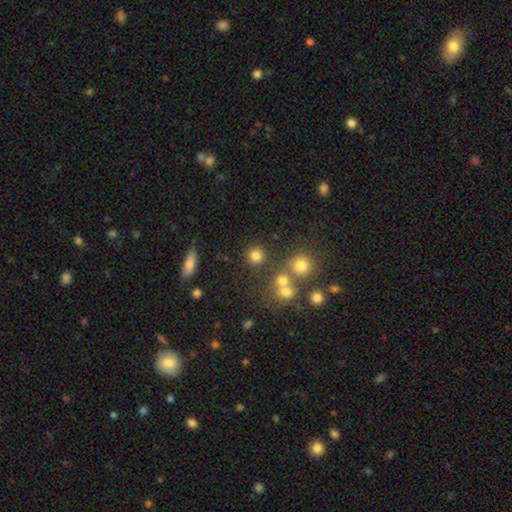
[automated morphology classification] smooth_or_featured: smooth (p=0.79) [alt: star or artifact p=0.15]
how_rounded: round (p=0.92) [alt: in between p=0.07]
merging: none (p=0.81) [alt: merger p=0.08]